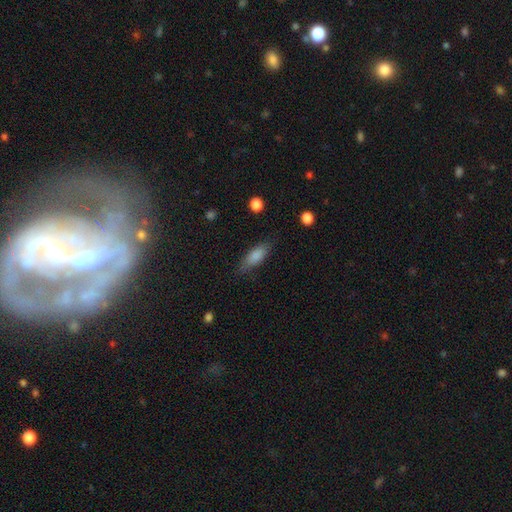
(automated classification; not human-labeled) A smooth galaxy with no disk features (82%) that is in between round and cigar-shaped (64%). Merging: none (77%).